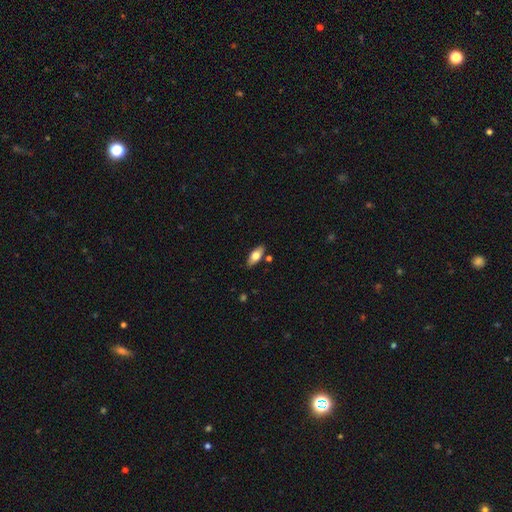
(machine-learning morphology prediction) smooth-or-featured: smooth: 64% | featured or disk: 30% | star or artifact: 6%
  how-rounded: in between: 81% | cigar-shaped: 16% | round: 3%
  merging: none: 84% | minor disturbance: 11% | merger: 4% | major disturbance: 2%